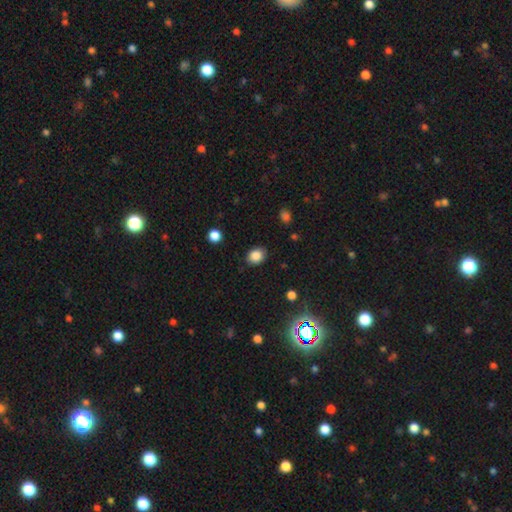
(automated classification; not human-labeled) Smooth or featured?
  - smooth: 85% *
  - star or artifact: 10%
  - featured or disk: 4%
How rounded?
  - round: 54% *
  - in between: 45%
  - cigar-shaped: 1%
Merging?
  - none: 86% *
  - minor disturbance: 10%
  - major disturbance: 3%
  - merger: 1%